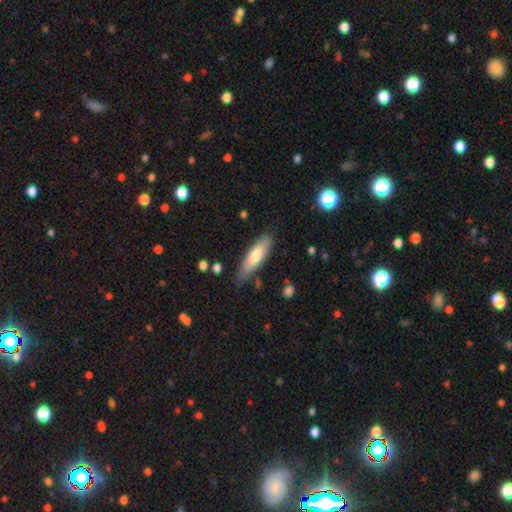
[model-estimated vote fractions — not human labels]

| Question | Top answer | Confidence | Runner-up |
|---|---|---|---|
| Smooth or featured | smooth | 67% | featured or disk (27%) |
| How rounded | cigar-shaped | 62% | in between (37%) |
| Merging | none | 79% | minor disturbance (15%) |